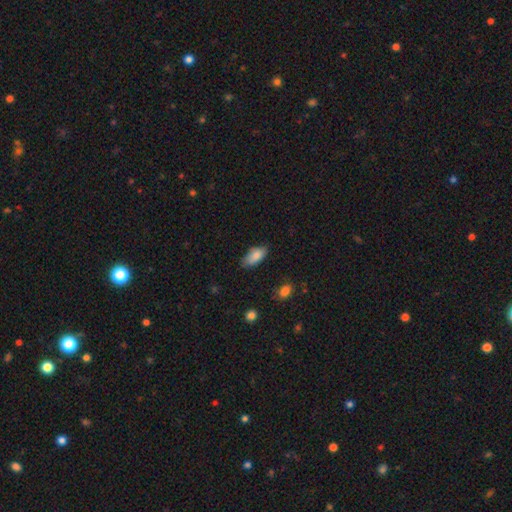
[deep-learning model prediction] Smooth or featured? smooth (85%)
How rounded? in between (90%)
Merging? none (72%)